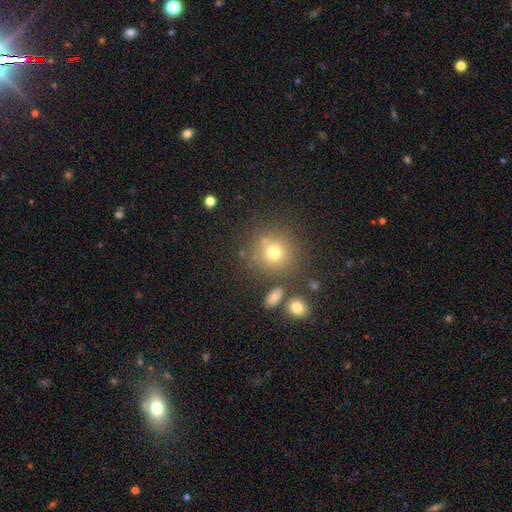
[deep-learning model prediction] smooth 63%, star or artifact 25%, featured or disk 12%. Down the decision tree: how rounded — round (91%); merging — none (75%).